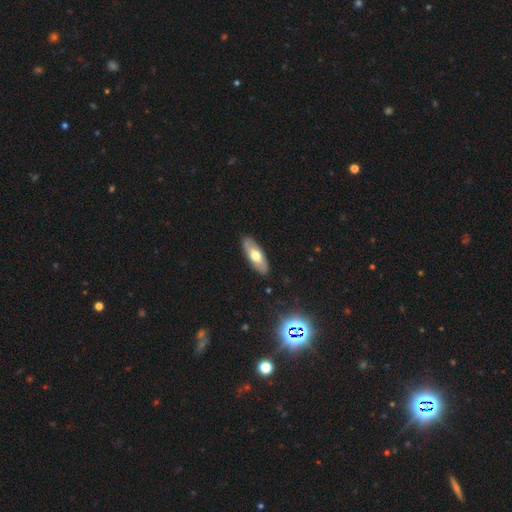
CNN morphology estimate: smooth-or-featured: smooth: 54% | featured or disk: 40% | star or artifact: 6%
  how-rounded: in between: 75% | cigar-shaped: 23% | round: 2%
  merging: none: 87% | minor disturbance: 10% | major disturbance: 2% | merger: 1%